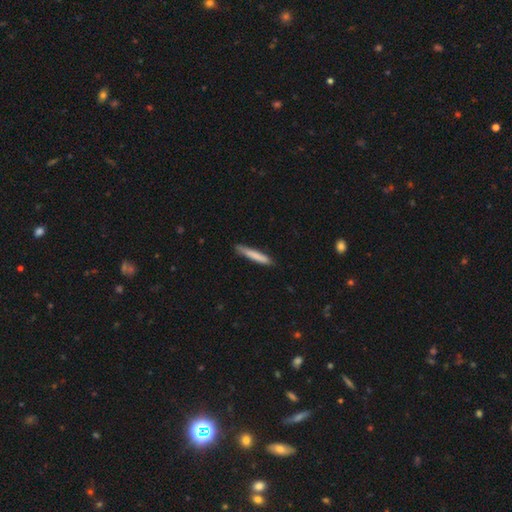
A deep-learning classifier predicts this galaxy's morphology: type=smooth (78%); roundness=cigar-shaped (94%); merging=none (85%).